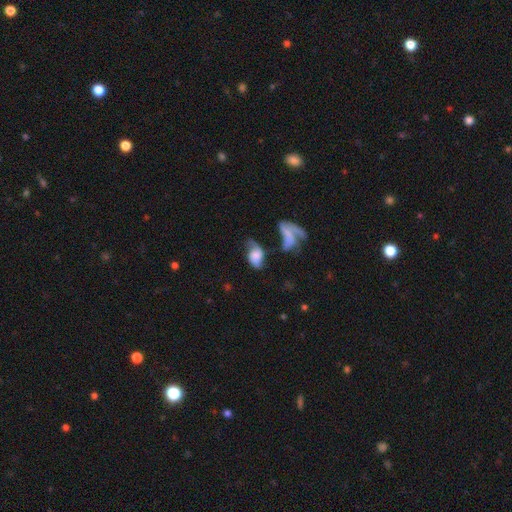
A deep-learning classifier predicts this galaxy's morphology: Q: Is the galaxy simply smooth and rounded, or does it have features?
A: smooth — 47%.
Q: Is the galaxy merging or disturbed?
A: none — 30%.